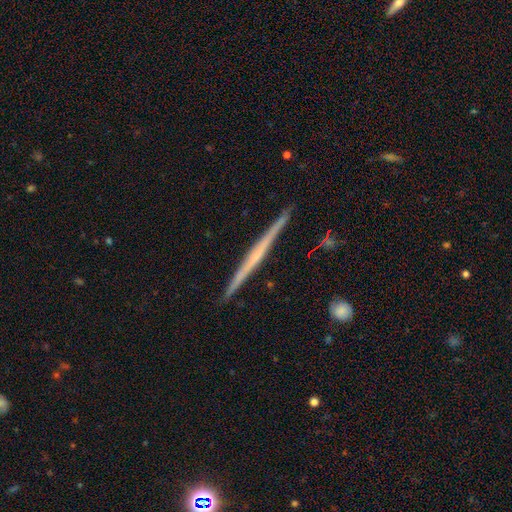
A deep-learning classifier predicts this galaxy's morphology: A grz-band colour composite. It shows a featured or disk galaxy (72%) viewed edge-on (98%) with no central bulge (65%). Merging: none (92%).